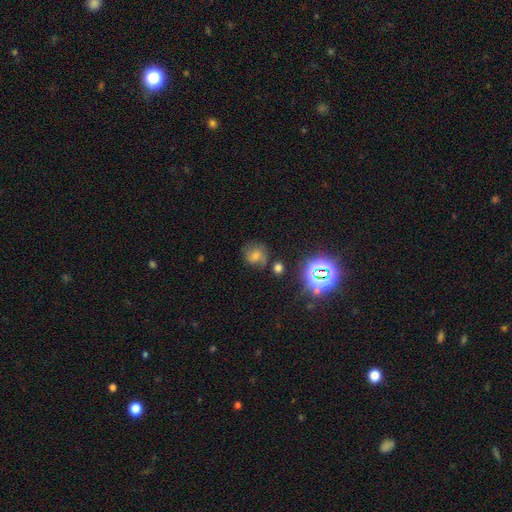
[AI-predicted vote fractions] Overall: smooth (54%; star or artifact 24%). How rounded: round (79%). Merging: none (65%).